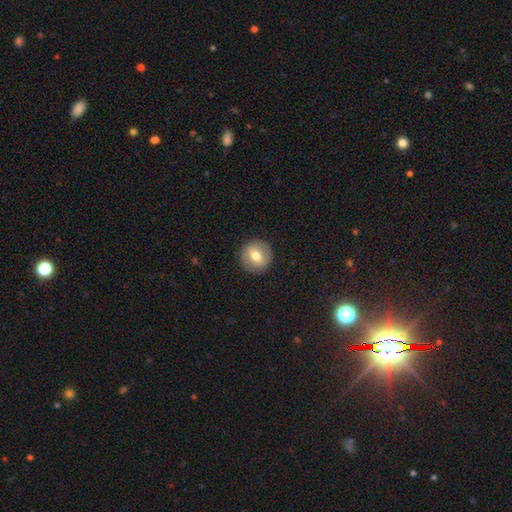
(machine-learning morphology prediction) This appears to be a smooth galaxy with no disk features (65%) that is round (93%). Merging: none (90%).